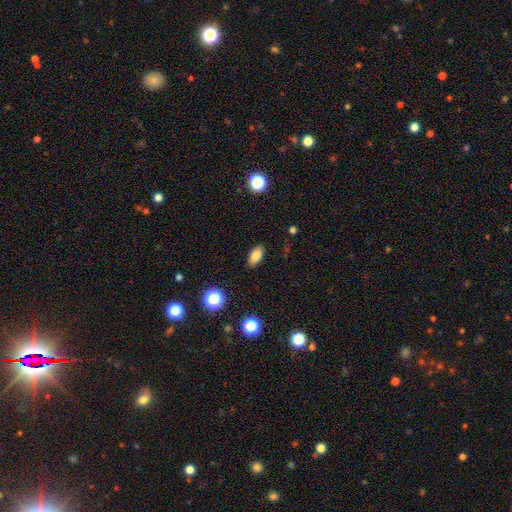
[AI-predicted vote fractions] A smooth galaxy with no disk features (81%) that is in between round and cigar-shaped (89%). Merging: none (88%).